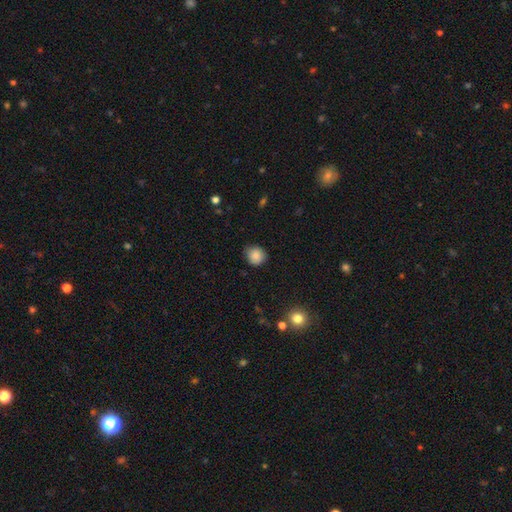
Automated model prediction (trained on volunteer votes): smooth-or-featured: smooth: 86% | star or artifact: 9% | featured or disk: 5%
  how-rounded: round: 85% | in between: 14% | cigar-shaped: 1%
  merging: none: 81% | minor disturbance: 16% | major disturbance: 3% | merger: 1%